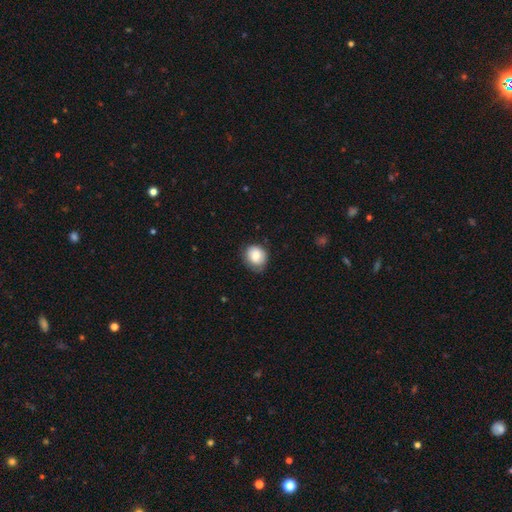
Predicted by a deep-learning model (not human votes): A smooth galaxy with no disk features (80%) that is round (73%). Merging: none (68%).